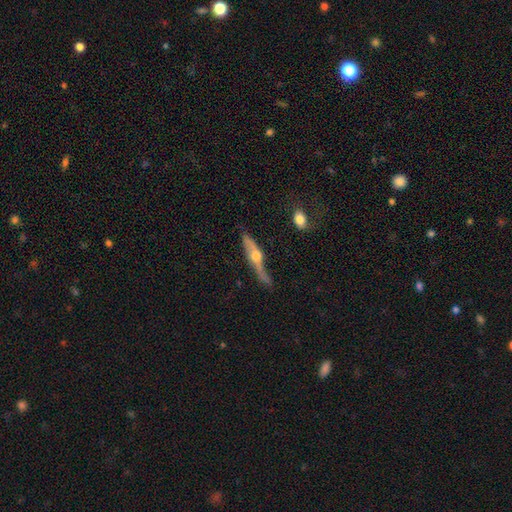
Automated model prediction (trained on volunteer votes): A featured or disk galaxy (79%) viewed edge-on (86%) with a rounded central bulge (93%). Merging: none (64%).